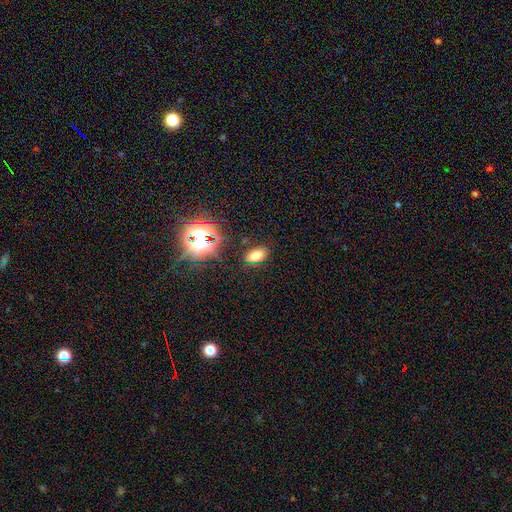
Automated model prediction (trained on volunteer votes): Smooth or featured? Predicted: smooth (p=0.68). How rounded? Predicted: in between (p=0.87). Merging? Predicted: none (p=0.83).